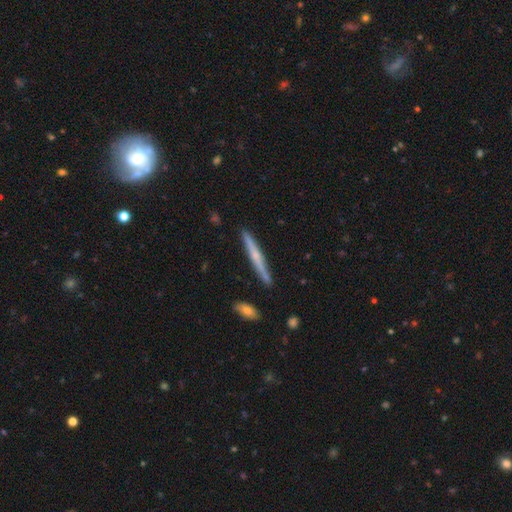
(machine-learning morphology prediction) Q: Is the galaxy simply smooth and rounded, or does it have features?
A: featured or disk — 53%.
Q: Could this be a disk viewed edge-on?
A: yes — 97%.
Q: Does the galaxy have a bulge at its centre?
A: rounded — 49%.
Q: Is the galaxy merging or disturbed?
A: none — 87%.